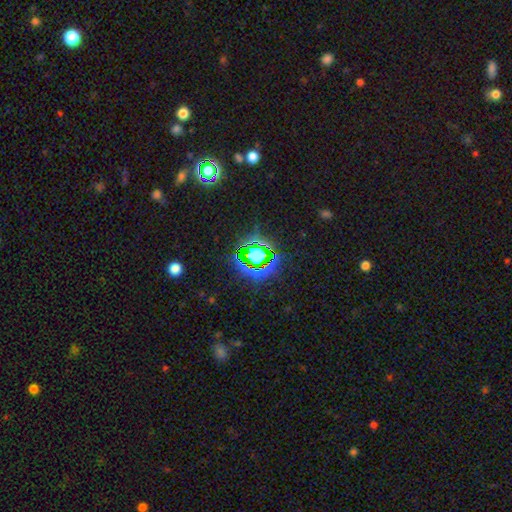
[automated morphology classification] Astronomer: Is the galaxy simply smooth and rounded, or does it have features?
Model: star or artifact — 75%.